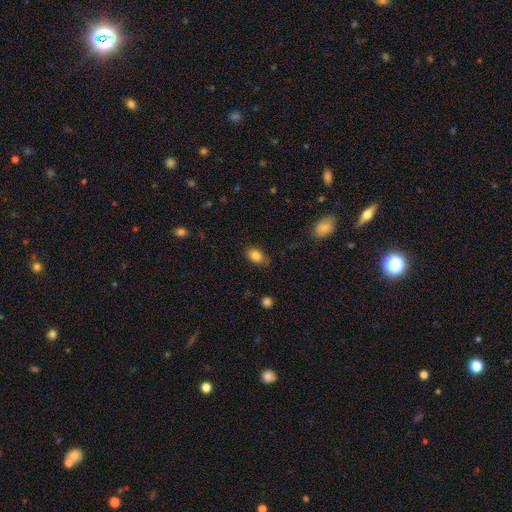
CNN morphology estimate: A smooth galaxy with no disk features (84%) that is in between round and cigar-shaped (82%). Merging: none (78%).